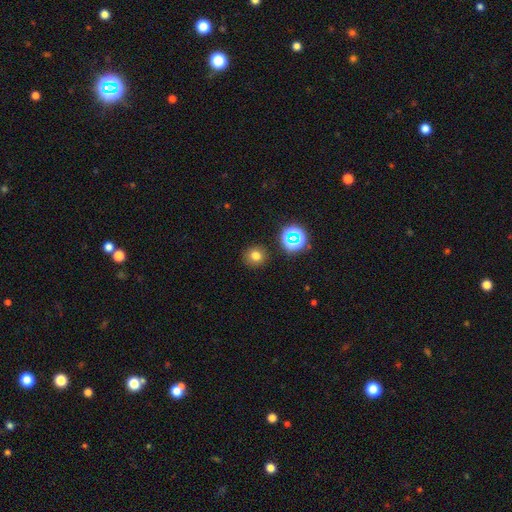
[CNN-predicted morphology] Q: Smooth or featured?
A: smooth (74%); runner-up: star or artifact (19%)
Q: How rounded?
A: round (90%); runner-up: in between (9%)
Q: Merging?
A: none (89%); runner-up: minor disturbance (7%)